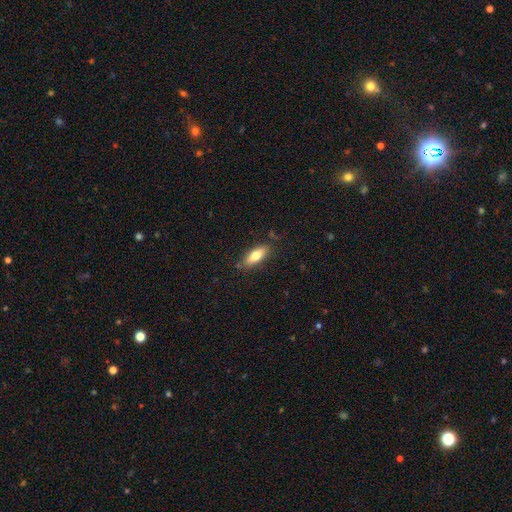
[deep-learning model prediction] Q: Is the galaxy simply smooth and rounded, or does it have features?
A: smooth — 72%.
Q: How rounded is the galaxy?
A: in between — 69%.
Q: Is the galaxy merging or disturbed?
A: none — 80%.